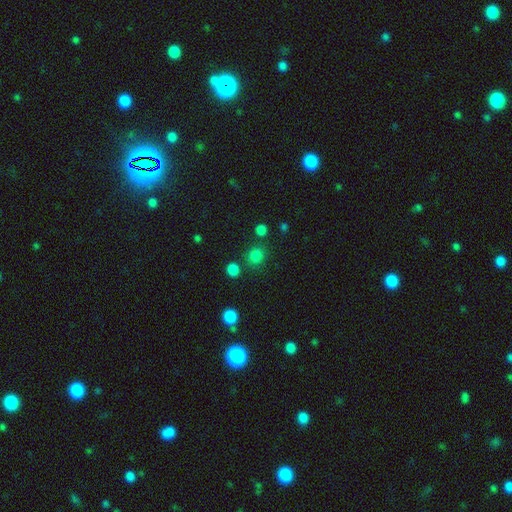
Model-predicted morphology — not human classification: smooth 80%, star or artifact 16%, featured or disk 4%. Down the decision tree: how rounded — round (85%); merging — none (80%).